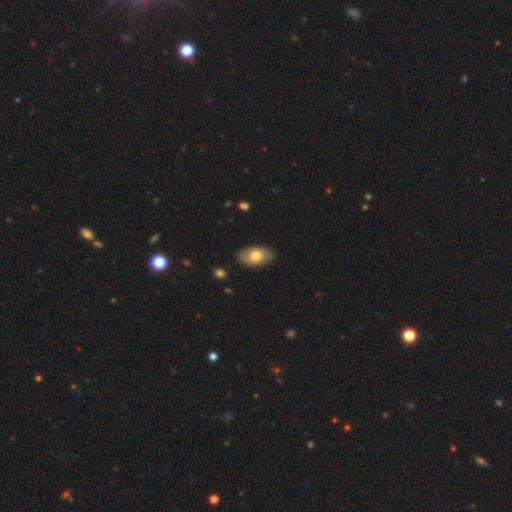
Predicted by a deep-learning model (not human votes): Smooth or featured?
  - smooth: 73% *
  - featured or disk: 21%
  - star or artifact: 6%
How rounded?
  - in between: 93% *
  - round: 5%
  - cigar-shaped: 2%
Merging?
  - none: 83% *
  - minor disturbance: 14%
  - major disturbance: 3%
  - merger: 1%